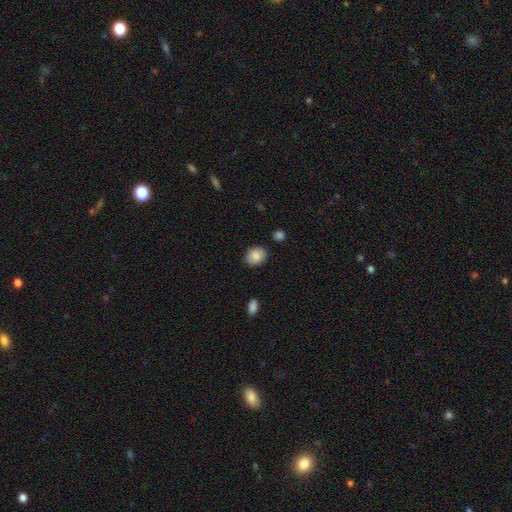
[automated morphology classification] This appears to be a smooth galaxy with no disk features (86%) that is in between round and cigar-shaped (50%). Merging: none (83%).